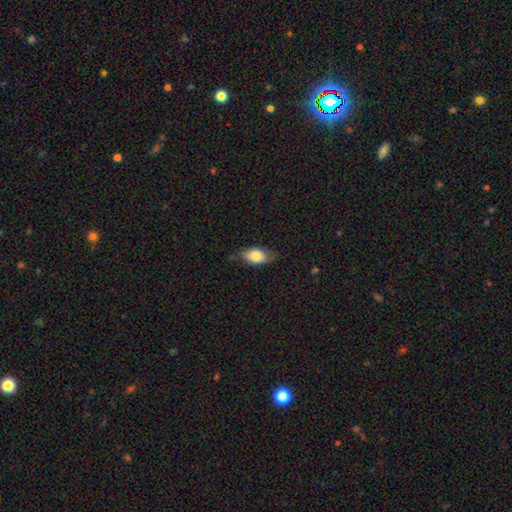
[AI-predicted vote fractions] The model was most divided on "merging": none: 67%, minor disturbance: 25%, major disturbance: 6%, merger: 2%. More confident: how rounded — in between (90%); smooth or featured — smooth (78%).